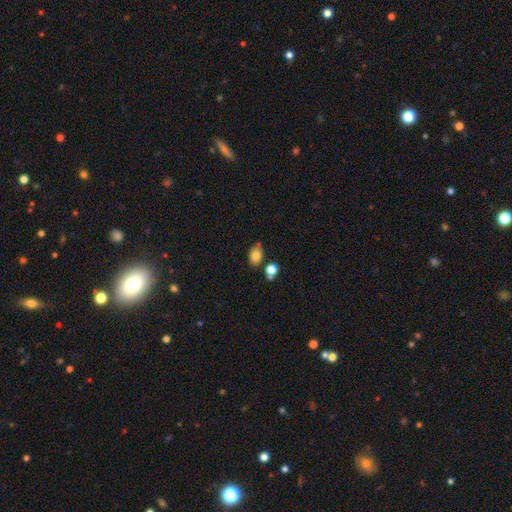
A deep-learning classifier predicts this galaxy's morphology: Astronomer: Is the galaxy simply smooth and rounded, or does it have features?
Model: smooth — 80%.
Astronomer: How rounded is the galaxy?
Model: in between — 75%.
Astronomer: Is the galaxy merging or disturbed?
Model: none — 62%.